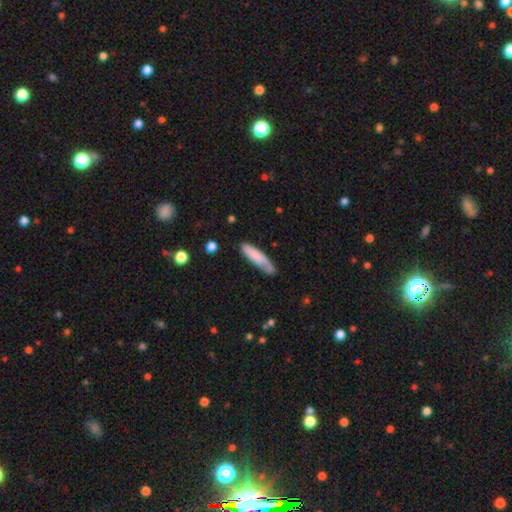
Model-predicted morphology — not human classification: smooth 76%, featured or disk 18%, star or artifact 6%. Down the decision tree: how rounded — cigar-shaped (74%); merging — none (63%).